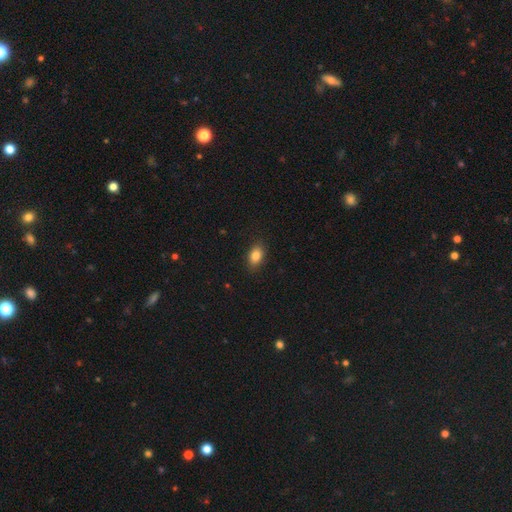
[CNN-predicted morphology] smooth_or_featured: smooth (p=0.84) [alt: star or artifact p=0.08]
how_rounded: in between (p=0.85) [alt: round p=0.13]
merging: none (p=0.86) [alt: minor disturbance p=0.10]